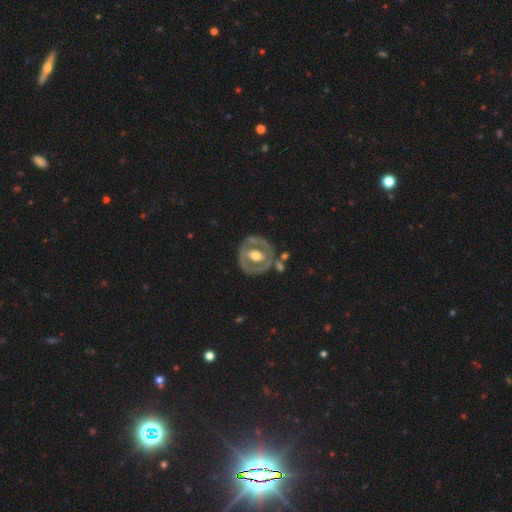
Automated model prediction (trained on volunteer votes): Smooth or featured? Predicted: featured or disk (p=0.68). Edge-on disk? Predicted: no (p=0.95). Bar? Predicted: no (p=0.47). Spiral arms? Predicted: no (p=0.72). Bulge size? Predicted: moderate (p=0.70). Merging? Predicted: none (p=0.69).